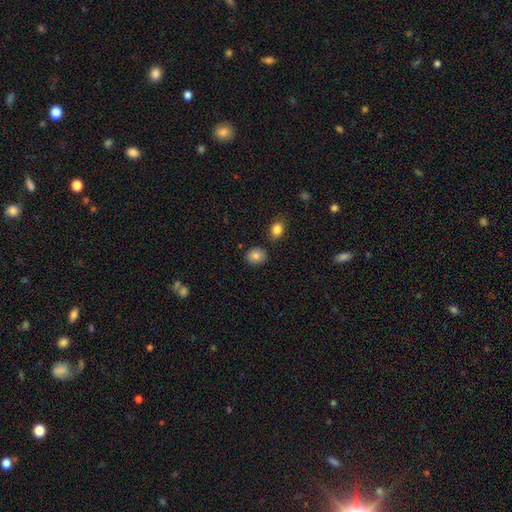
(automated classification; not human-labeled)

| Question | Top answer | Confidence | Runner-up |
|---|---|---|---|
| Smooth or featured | smooth | 83% | star or artifact (9%) |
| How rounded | round | 62% | in between (37%) |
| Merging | none | 82% | minor disturbance (11%) |